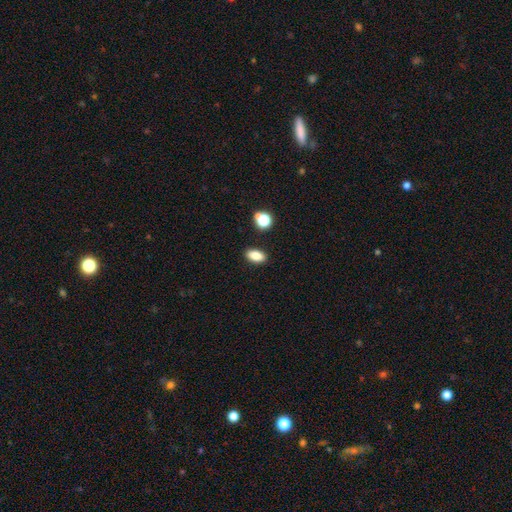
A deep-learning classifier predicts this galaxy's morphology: smooth_or_featured: smooth (p=0.84) [alt: star or artifact p=0.10]
how_rounded: in between (p=0.86) [alt: round p=0.08]
merging: none (p=0.87) [alt: minor disturbance p=0.08]